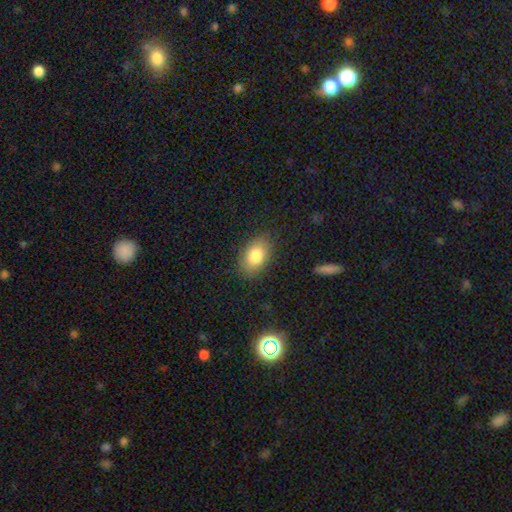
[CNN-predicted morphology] Smooth or featured: smooth — 82% (featured or disk — 10%)
How rounded: in between — 88% (round — 10%)
Merging: none — 83% (minor disturbance — 12%)